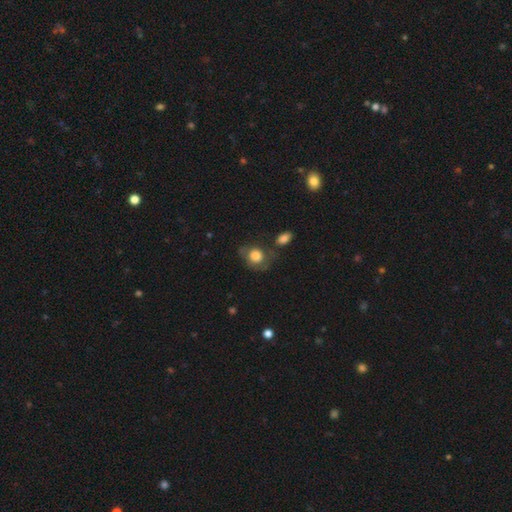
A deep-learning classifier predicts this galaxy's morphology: smooth_or_featured: smooth (p=0.74) [alt: featured or disk p=0.18]
how_rounded: round (p=0.64) [alt: in between p=0.35]
merging: none (p=0.52) [alt: minor disturbance p=0.24]